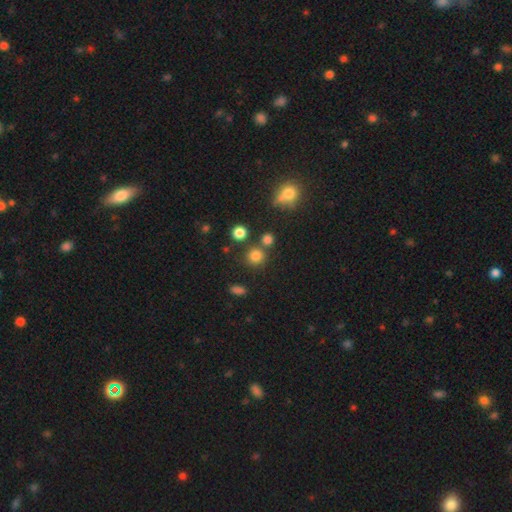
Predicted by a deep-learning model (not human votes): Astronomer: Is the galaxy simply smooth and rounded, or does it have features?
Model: smooth — 78%.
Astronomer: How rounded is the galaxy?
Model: round — 89%.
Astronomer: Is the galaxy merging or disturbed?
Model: none — 73%.